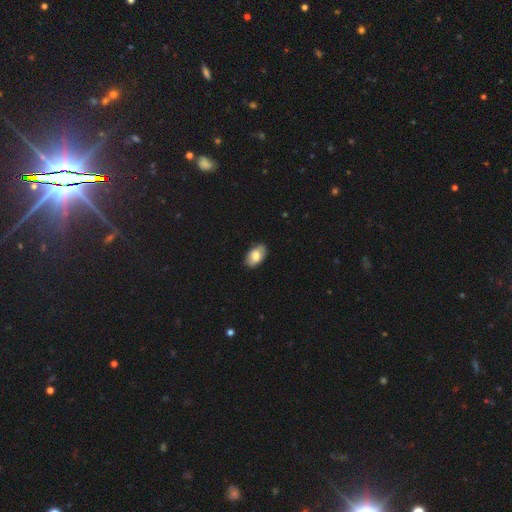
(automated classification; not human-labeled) Smooth or featured?
  - smooth: 75% *
  - featured or disk: 18%
  - star or artifact: 6%
How rounded?
  - in between: 93% *
  - round: 5%
  - cigar-shaped: 1%
Merging?
  - none: 86% *
  - minor disturbance: 11%
  - major disturbance: 2%
  - merger: 1%